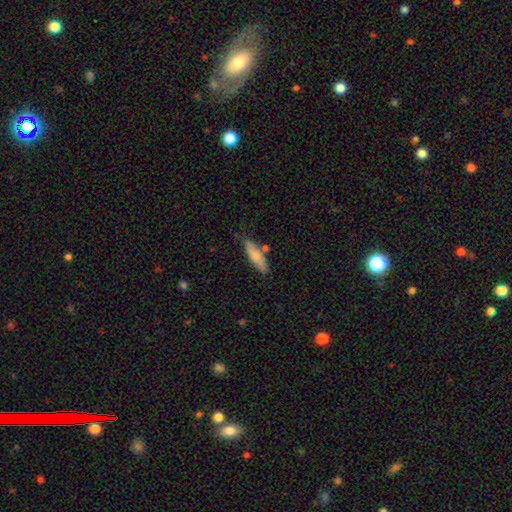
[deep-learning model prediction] smooth_or_featured: smooth (p=0.72) [alt: featured or disk p=0.22]
how_rounded: cigar-shaped (p=0.52) [alt: in between p=0.46]
merging: none (p=0.73) [alt: minor disturbance p=0.17]